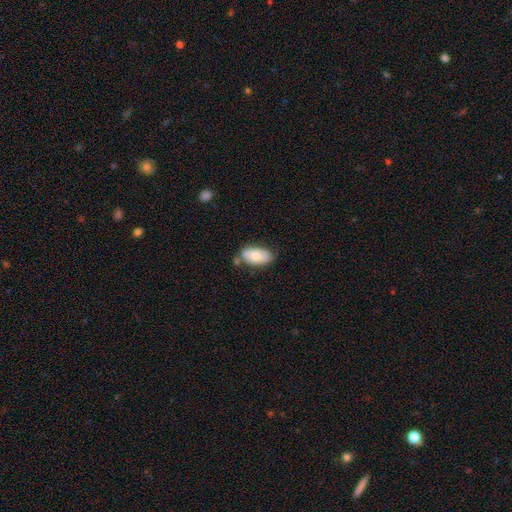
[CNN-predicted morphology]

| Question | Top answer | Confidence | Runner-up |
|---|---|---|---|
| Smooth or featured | smooth | 72% | featured or disk (22%) |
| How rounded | in between | 93% | round (5%) |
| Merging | none | 65% | minor disturbance (21%) |